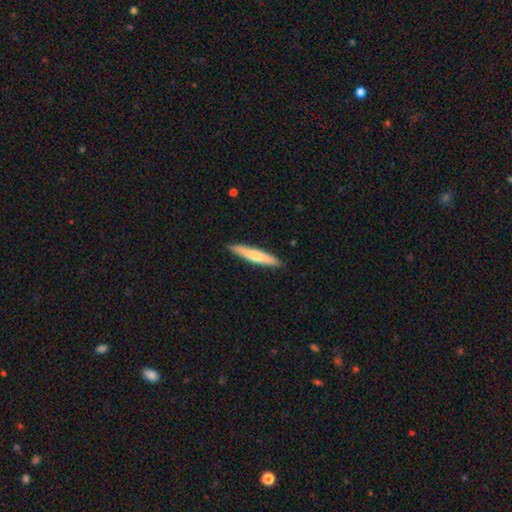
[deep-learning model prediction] smooth 64%, featured or disk 31%, star or artifact 5%. Down the decision tree: how rounded — cigar-shaped (92%); merging — none (89%).